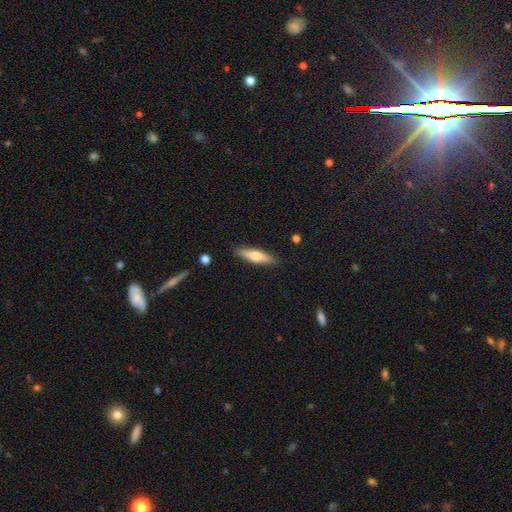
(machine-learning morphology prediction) Overall: smooth (63%; featured or disk 31%). How rounded: cigar-shaped (70%). Merging: none (87%).